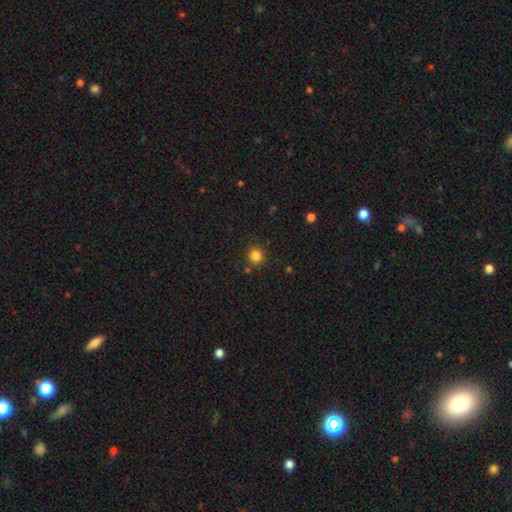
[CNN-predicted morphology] A smooth galaxy with no disk features (83%) that is round (89%). Merging: none (87%).